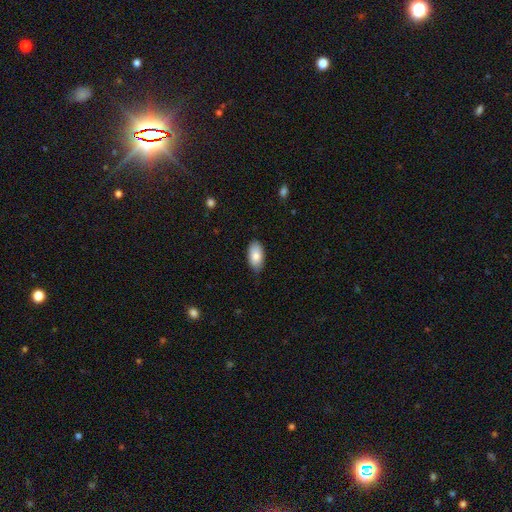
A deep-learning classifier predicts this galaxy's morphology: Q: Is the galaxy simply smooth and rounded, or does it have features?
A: smooth — 83%.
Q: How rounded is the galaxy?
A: in between — 95%.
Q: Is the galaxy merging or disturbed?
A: none — 79%.